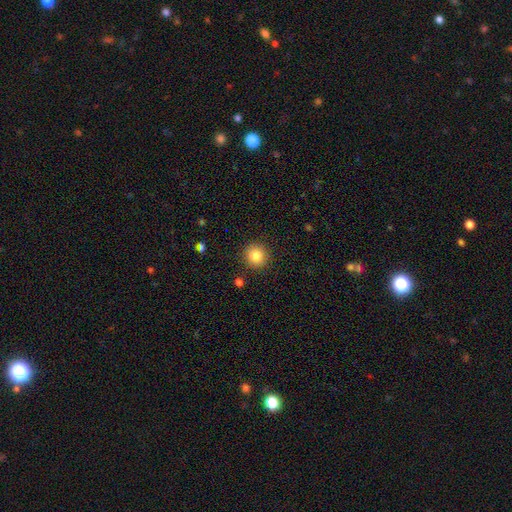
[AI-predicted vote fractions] A smooth galaxy with no disk features (84%) that is round (93%).

Vote fractions:
- Smooth or featured? smooth: 84% / star or artifact: 10% / featured or disk: 6%
- How rounded? round: 93% / in between: 7% / cigar-shaped: 1%
- Merging? none: 90% / minor disturbance: 6% / major disturbance: 2% / merger: 1%